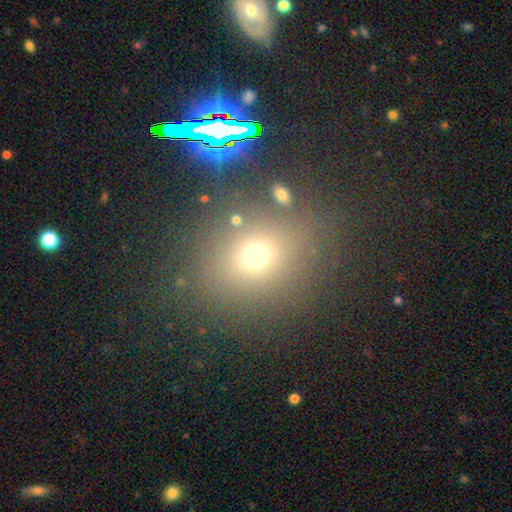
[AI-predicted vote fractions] Q: Smooth or featured?
A: smooth (63%); runner-up: star or artifact (27%)
Q: How rounded?
A: round (69%); runner-up: in between (29%)
Q: Merging?
A: none (81%); runner-up: minor disturbance (9%)